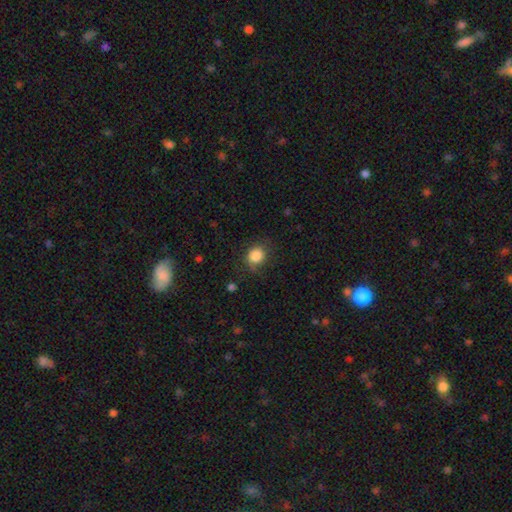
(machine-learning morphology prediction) smooth-or-featured: smooth: 85% | star or artifact: 10% | featured or disk: 5%
  how-rounded: round: 77% | in between: 22% | cigar-shaped: 1%
  merging: none: 76% | minor disturbance: 18% | major disturbance: 5% | merger: 1%